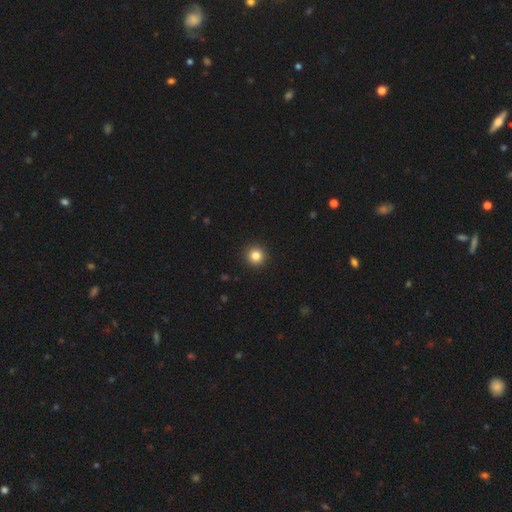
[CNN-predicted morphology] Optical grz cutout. It shows a smooth galaxy with no disk features (84%) that is round (95%). Merging: none (93%).